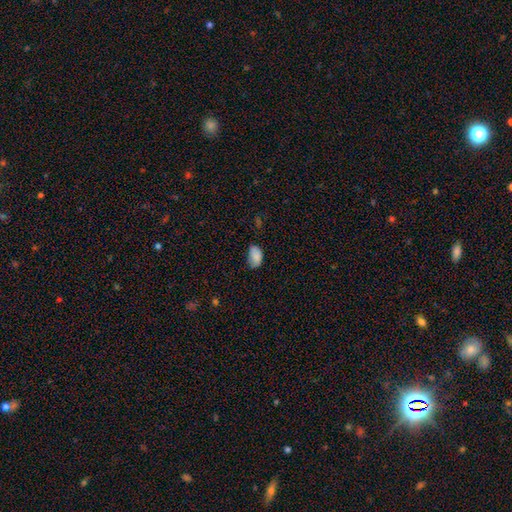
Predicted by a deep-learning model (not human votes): A smooth galaxy with no disk features (84%) that is in between round and cigar-shaped (91%). Merging: none (60%).